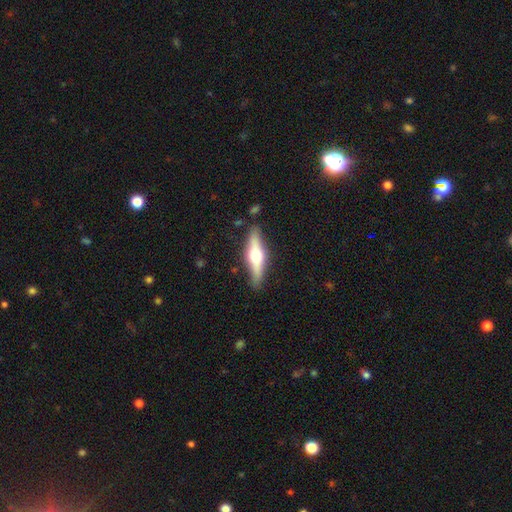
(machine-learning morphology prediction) This is possibly a featured or disk galaxy (60%). It is clearly viewed edge-on (94%). Edge-on bulge: clearly rounded (94%). Merging: clearly none (84%).